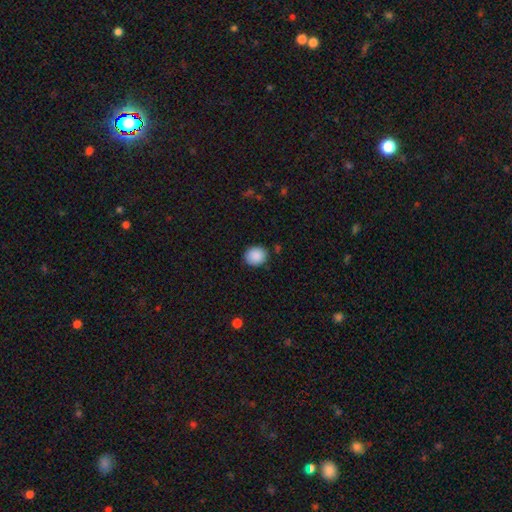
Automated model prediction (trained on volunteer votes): Smooth or featured?
  - smooth: 89% *
  - star or artifact: 8%
  - featured or disk: 3%
How rounded?
  - round: 75% *
  - in between: 24%
  - cigar-shaped: 1%
Merging?
  - none: 86% *
  - minor disturbance: 10%
  - major disturbance: 3%
  - merger: 2%